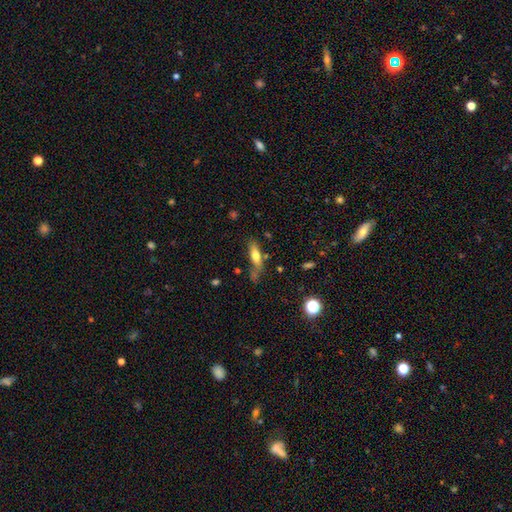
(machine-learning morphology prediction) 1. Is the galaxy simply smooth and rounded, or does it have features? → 66% smooth, 26% featured or disk, 8% star or artifact.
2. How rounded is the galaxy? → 50% cigar-shaped, 47% in between, 3% round.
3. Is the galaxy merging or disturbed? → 48% none, 27% minor disturbance, 15% major disturbance, 10% merger.